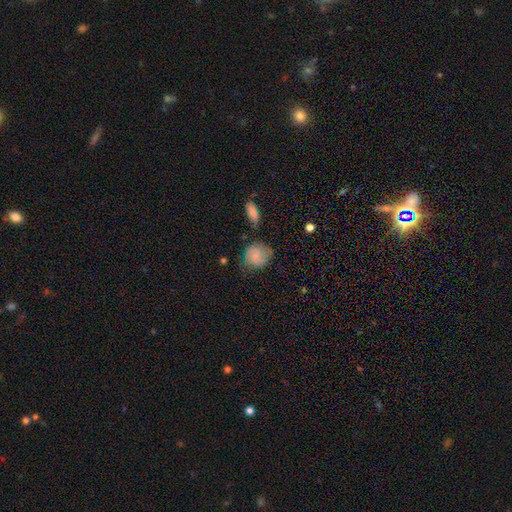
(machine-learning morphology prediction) A smooth galaxy with no disk features (72%) that is round (74%). Merging: none (60%).